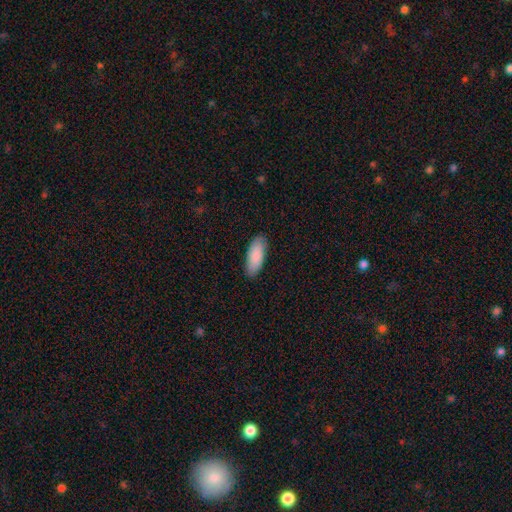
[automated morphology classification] smooth 88%, featured or disk 6%, star or artifact 5%. Down the decision tree: how rounded — in between (80%); merging — none (87%).